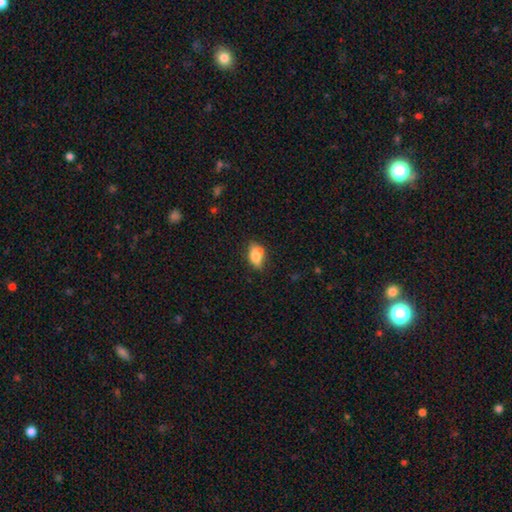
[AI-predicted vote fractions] Smooth or featured?
  - smooth: 78% *
  - featured or disk: 13%
  - star or artifact: 9%
How rounded?
  - in between: 85% *
  - round: 11%
  - cigar-shaped: 4%
Merging?
  - none: 59% *
  - minor disturbance: 30%
  - major disturbance: 7%
  - merger: 4%